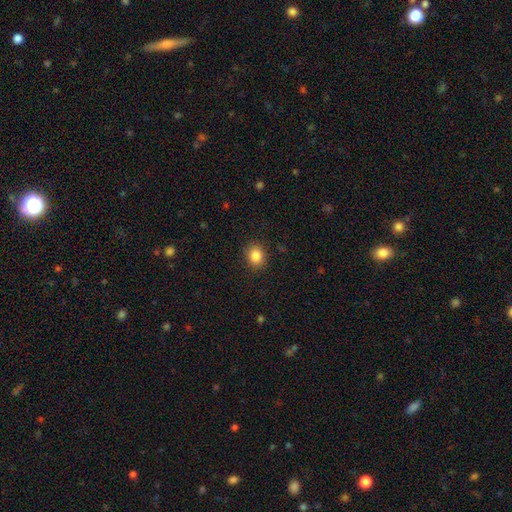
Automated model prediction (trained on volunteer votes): smooth_or_featured: smooth (p=0.86) [alt: star or artifact p=0.10]
how_rounded: round (p=0.64) [alt: in between p=0.35]
merging: none (p=0.88) [alt: minor disturbance p=0.09]